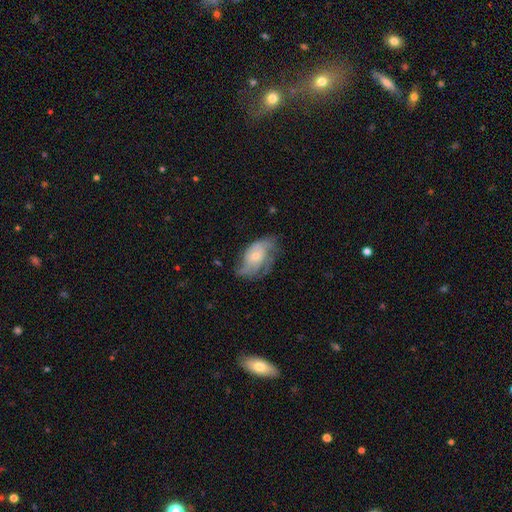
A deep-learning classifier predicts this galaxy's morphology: The model was most divided on "spiral arm count": 2: 30%, can't tell: 26%, 3: 26%, 4: 8%, 1: 5%, more than 4: 4%. Remaining: edge-on disk — no (96%); spiral arms — yes (89%); smooth or featured — featured or disk (74%); bar — no (73%); merging — none (54%); bulge size — small (51%); spiral winding — medium (42%).